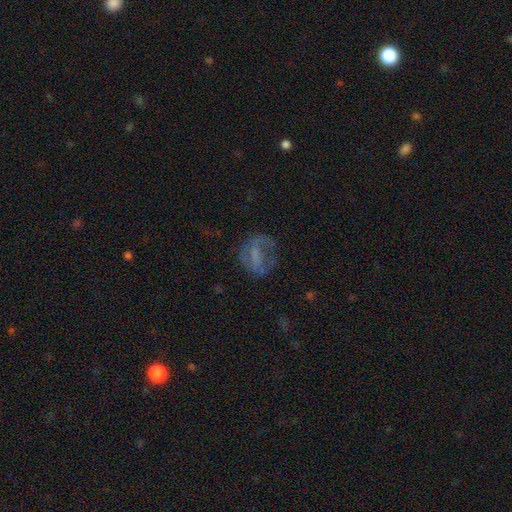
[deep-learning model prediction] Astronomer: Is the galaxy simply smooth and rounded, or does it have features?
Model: featured or disk — 52% (runner-up: smooth, 34%).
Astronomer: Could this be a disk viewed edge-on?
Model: no — 95%.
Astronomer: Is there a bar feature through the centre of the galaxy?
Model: no — 39% (runner-up: weak, 36%).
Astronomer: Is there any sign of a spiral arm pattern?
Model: no — 52% (runner-up: yes, 48%).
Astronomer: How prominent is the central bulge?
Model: none — 53%.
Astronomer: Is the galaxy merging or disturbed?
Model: none — 48% (runner-up: major disturbance, 29%).